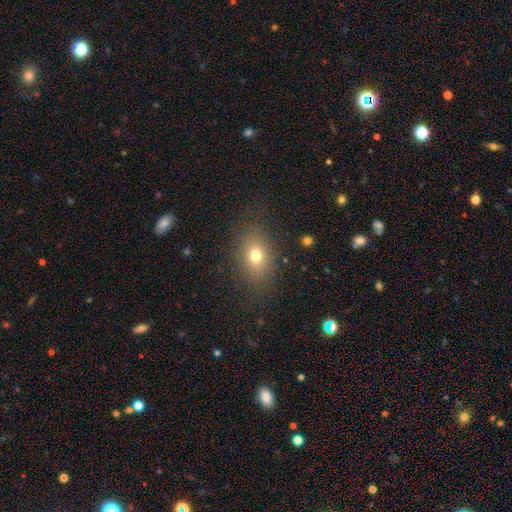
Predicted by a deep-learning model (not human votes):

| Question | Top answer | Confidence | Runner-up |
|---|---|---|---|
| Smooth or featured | smooth | 73% | star or artifact (14%) |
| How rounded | in between | 70% | round (28%) |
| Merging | none | 81% | minor disturbance (12%) |